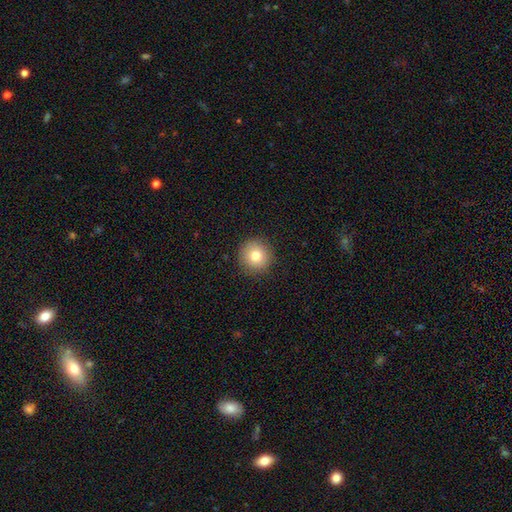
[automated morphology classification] A smooth galaxy with no disk features (78%) that is round (95%). Merging: none (91%).